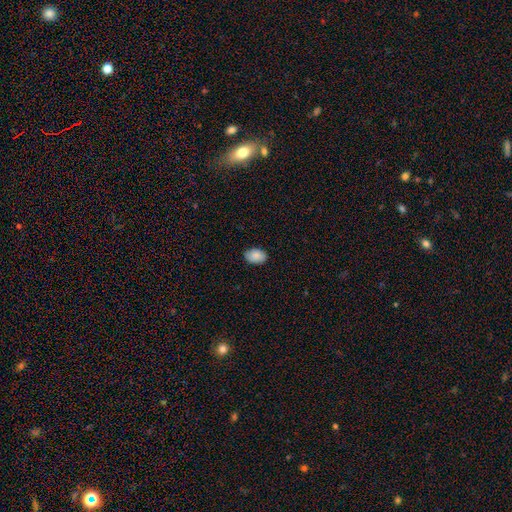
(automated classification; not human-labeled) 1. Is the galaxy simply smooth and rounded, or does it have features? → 88% smooth, 7% star or artifact, 5% featured or disk.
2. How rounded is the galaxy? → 86% in between, 13% round, 1% cigar-shaped.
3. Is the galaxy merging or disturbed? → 86% none, 11% minor disturbance, 2% major disturbance, 1% merger.